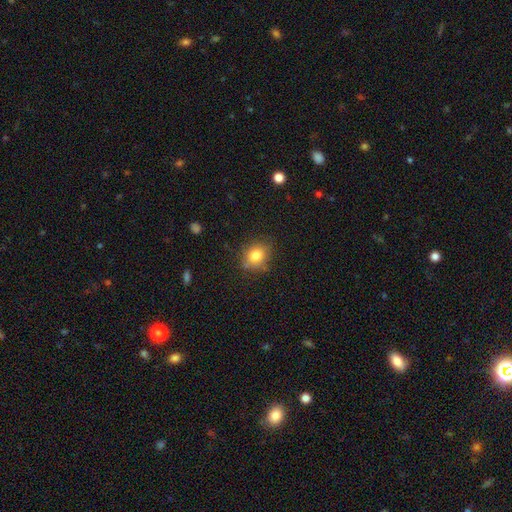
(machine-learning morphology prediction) A smooth galaxy with no disk features (81%) that is round (65%).

Vote fractions:
- Smooth or featured? smooth: 81% / star or artifact: 11% / featured or disk: 8%
- How rounded? round: 65% / in between: 34% / cigar-shaped: 1%
- Merging? none: 79% / minor disturbance: 15% / major disturbance: 4% / merger: 3%